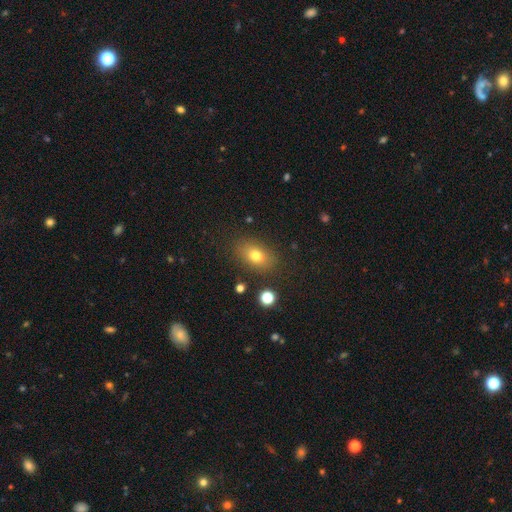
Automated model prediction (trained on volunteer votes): Smooth or featured: smooth — 74% (featured or disk — 13%)
How rounded: in between — 78% (round — 20%)
Merging: none — 82% (minor disturbance — 11%)